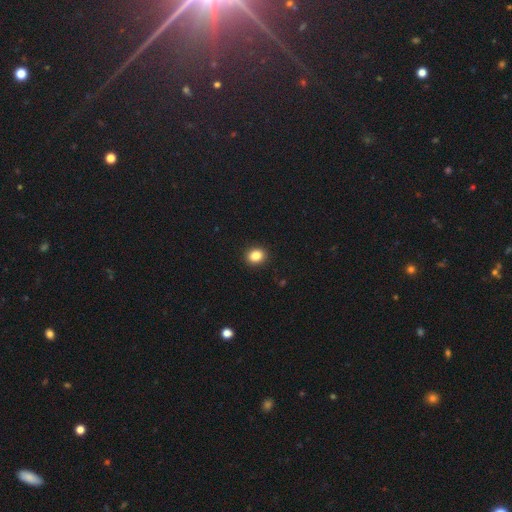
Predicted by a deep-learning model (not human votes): A smooth galaxy with no disk features (86%) that is round (61%). Merging: none (91%).